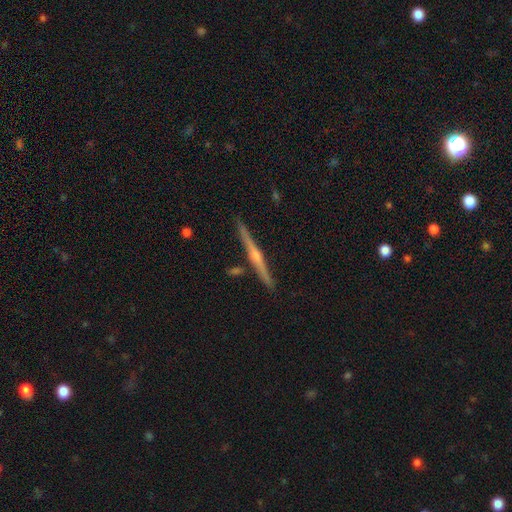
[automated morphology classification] featured or disk 79%, smooth 16%, star or artifact 6%. Down the decision tree: edge-on disk — yes (98%); edge-on bulge — rounded (80%); merging — none (89%).